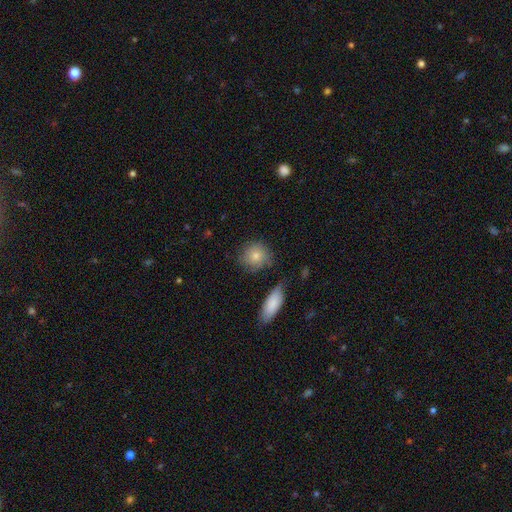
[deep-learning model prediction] Smooth or featured? Predicted: smooth (p=0.75). How rounded? Predicted: round (p=0.81). Merging? Predicted: none (p=0.70).